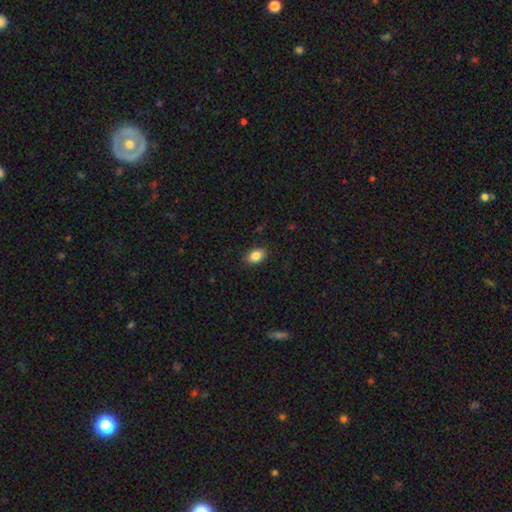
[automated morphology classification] Smooth or featured: smooth — 86% (star or artifact — 8%)
How rounded: in between — 85% (round — 14%)
Merging: none — 87% (minor disturbance — 10%)